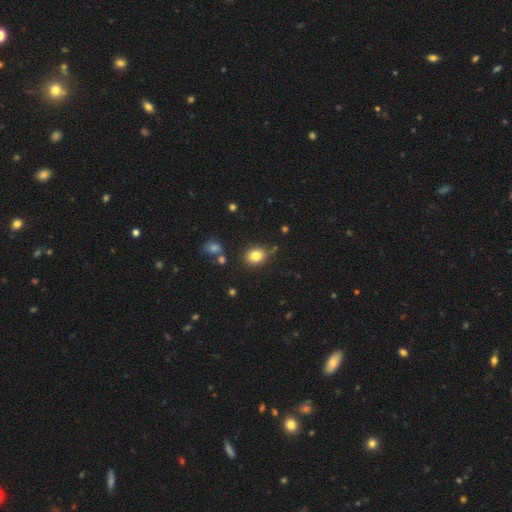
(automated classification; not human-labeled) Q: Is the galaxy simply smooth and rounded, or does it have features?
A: smooth — 82%.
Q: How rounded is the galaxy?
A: round — 61%.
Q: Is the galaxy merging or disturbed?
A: none — 77%.